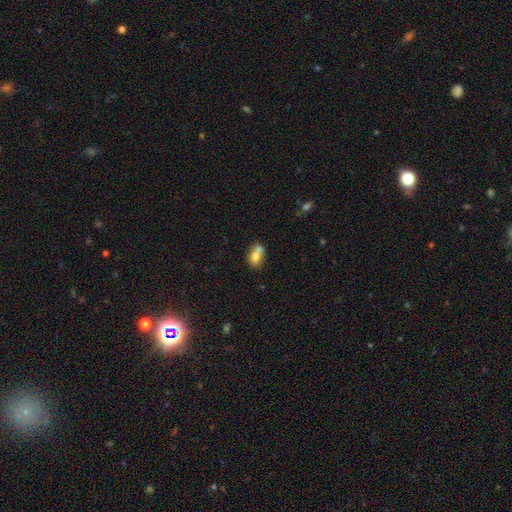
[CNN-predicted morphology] Overall: smooth (72%). How rounded: in between (77%). Merging: merger (43%; none 40%).